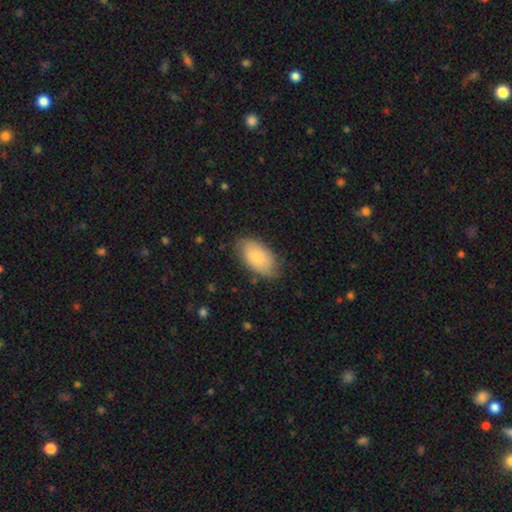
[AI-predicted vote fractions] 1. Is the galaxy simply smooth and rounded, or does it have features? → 78% smooth, 16% featured or disk, 6% star or artifact.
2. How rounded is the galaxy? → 95% in between, 3% round, 2% cigar-shaped.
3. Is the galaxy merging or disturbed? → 80% none, 16% minor disturbance, 3% major disturbance, 1% merger.